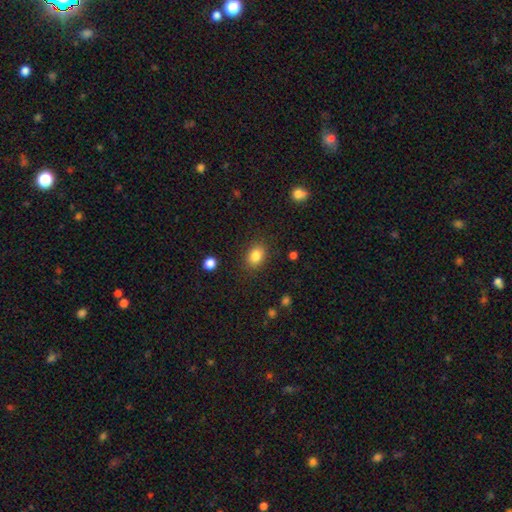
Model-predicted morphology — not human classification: A smooth galaxy with no disk features (85%) that is in between round and cigar-shaped (68%).

Vote fractions:
- Smooth or featured? smooth: 85% / star or artifact: 10% / featured or disk: 5%
- How rounded? in between: 68% / round: 31% / cigar-shaped: 1%
- Merging? none: 85% / minor disturbance: 10% / major disturbance: 3% / merger: 1%